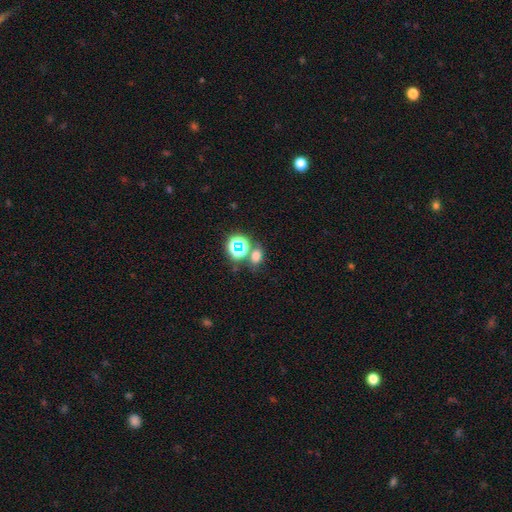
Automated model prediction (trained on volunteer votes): smooth 62%, star or artifact 29%, featured or disk 9%. Down the decision tree: how rounded — in between (59%); merging — none (61%).